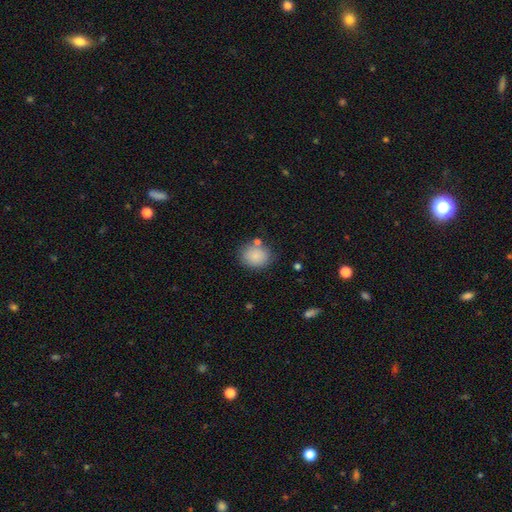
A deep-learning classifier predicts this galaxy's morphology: smooth 86%, star or artifact 9%, featured or disk 6%. Down the decision tree: how rounded — round (66%); merging — none (76%).